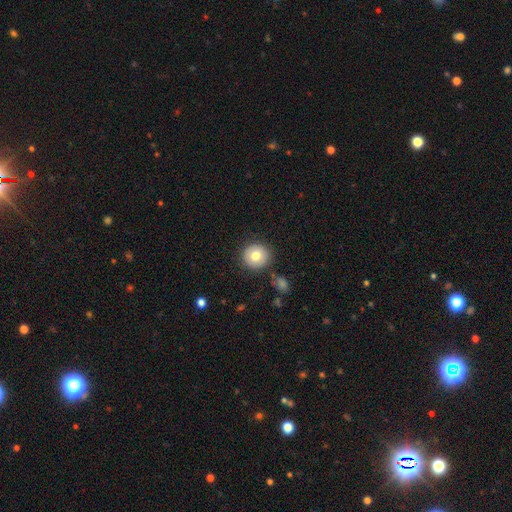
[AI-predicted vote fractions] Smooth or featured? smooth (76%)
How rounded? round (93%)
Merging? none (88%)